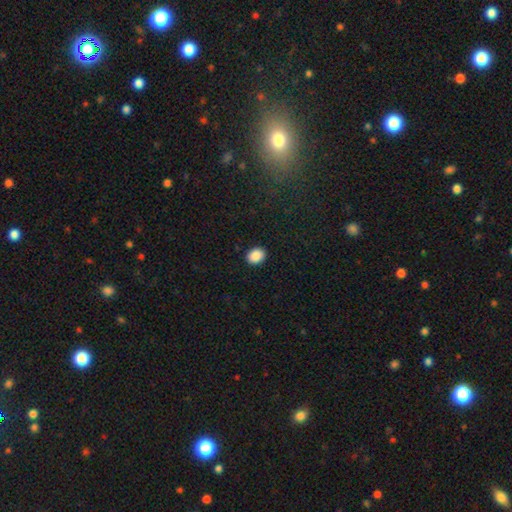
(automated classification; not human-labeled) This appears to be a smooth galaxy with no disk features (89%) that is in between round and cigar-shaped (53%). Merging: none (91%).